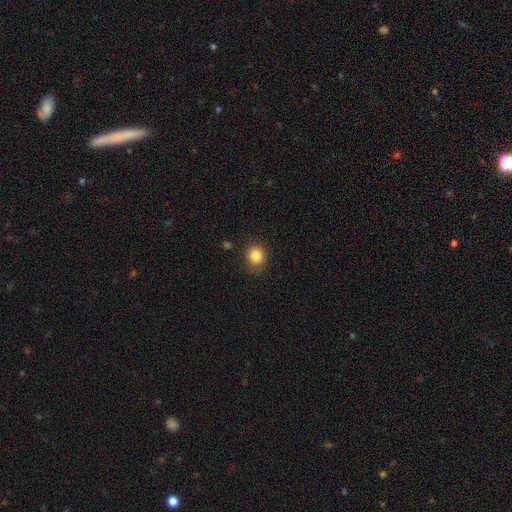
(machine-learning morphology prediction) smooth-or-featured: smooth: 85% | star or artifact: 11% | featured or disk: 5%
  how-rounded: round: 77% | in between: 22% | cigar-shaped: 1%
  merging: none: 85% | minor disturbance: 11% | major disturbance: 3% | merger: 1%